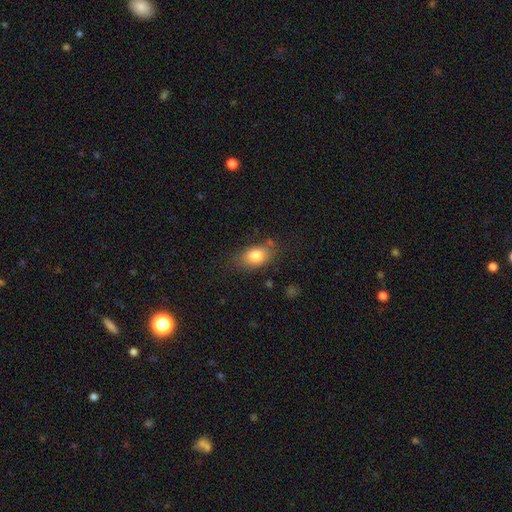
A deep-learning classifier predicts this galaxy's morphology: smooth_or_featured: smooth (p=0.81) [alt: featured or disk p=0.11]
how_rounded: in between (p=0.85) [alt: round p=0.13]
merging: none (p=0.73) [alt: minor disturbance p=0.18]